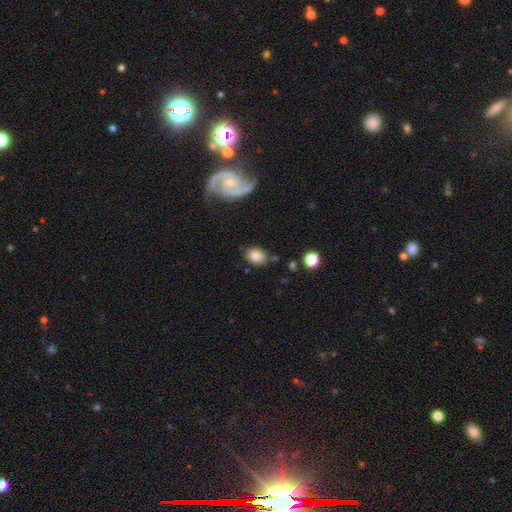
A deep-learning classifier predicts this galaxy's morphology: smooth 80%, featured or disk 12%, star or artifact 9%. Down the decision tree: how rounded — in between (64%); merging — none (70%).